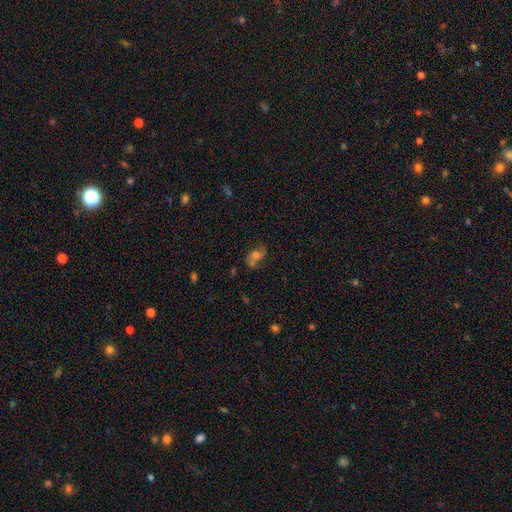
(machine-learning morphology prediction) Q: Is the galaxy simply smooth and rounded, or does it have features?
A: featured or disk — 46%.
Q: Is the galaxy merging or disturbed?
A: none — 56%.